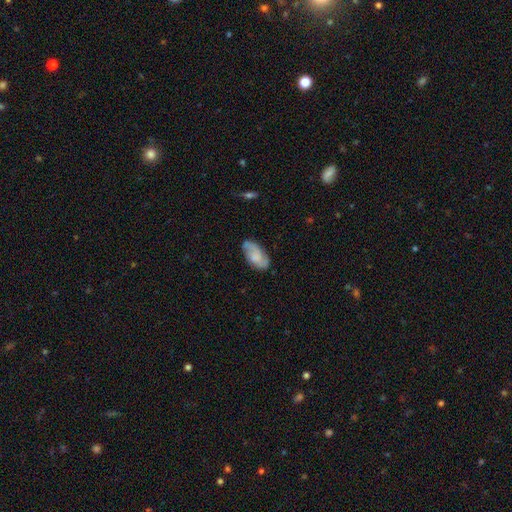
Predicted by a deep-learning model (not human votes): Smooth or featured: featured or disk — 50% (smooth — 42%)
Edge-on disk: no — 94% (yes — 6%)
Merging: none — 70% (minor disturbance — 21%)